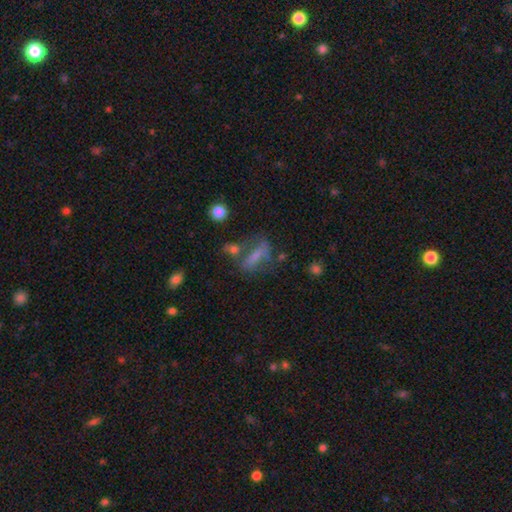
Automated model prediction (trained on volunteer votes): This is possibly a smooth galaxy (56%). How rounded: possibly in between (48%). Merging: possibly none (46%).